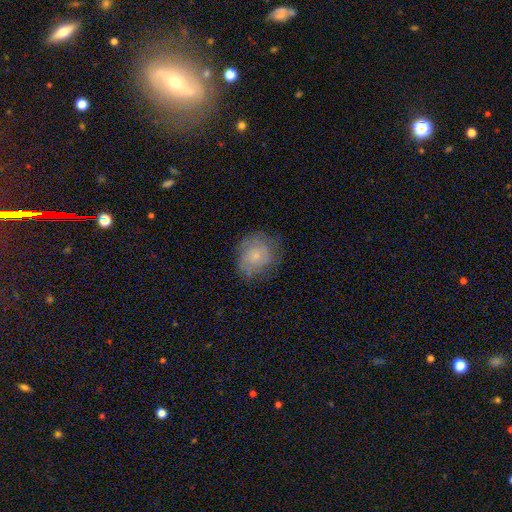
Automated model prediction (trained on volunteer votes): This appears to be a smooth galaxy with no disk features (66%) that is round (74%). Merging: none (66%).